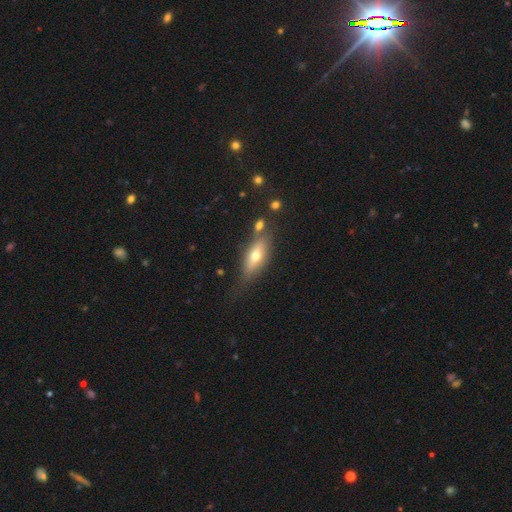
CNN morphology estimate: A smooth galaxy with no disk features (51%) that is in between round and cigar-shaped (62%). Merging: none (66%).